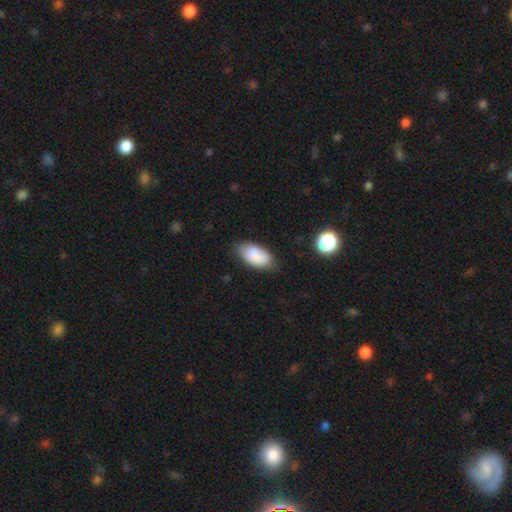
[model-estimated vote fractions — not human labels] Morphology: type=smooth (85%); roundness=in between (94%); merging=none (72%).